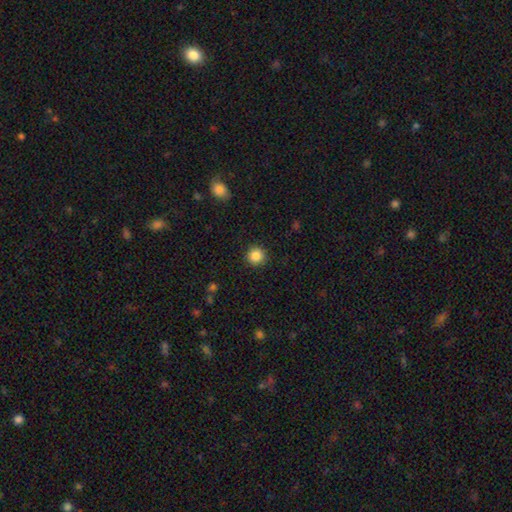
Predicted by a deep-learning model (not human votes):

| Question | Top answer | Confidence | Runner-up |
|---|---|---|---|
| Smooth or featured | smooth | 86% | star or artifact (10%) |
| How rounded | round | 95% | in between (4%) |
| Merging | none | 92% | minor disturbance (5%) |